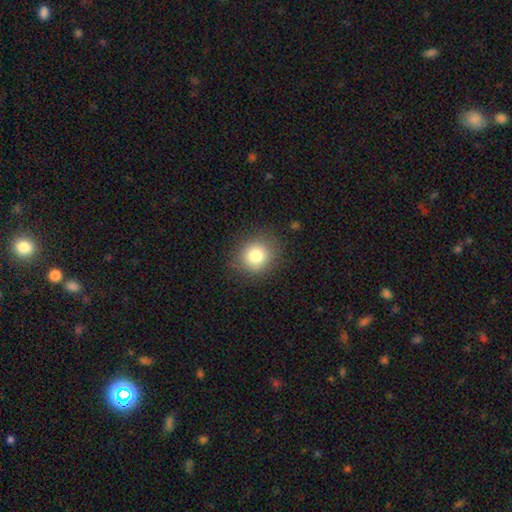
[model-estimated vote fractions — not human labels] Morphology: type=smooth (80%); roundness=round (79%); merging=none (85%).